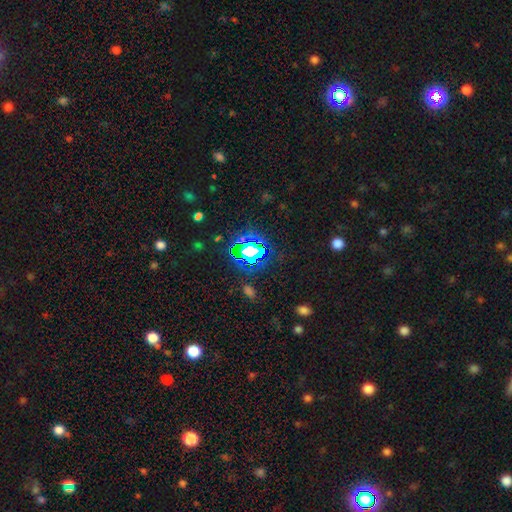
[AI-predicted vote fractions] This is likely a star or artifact rather than a galaxy (68%).